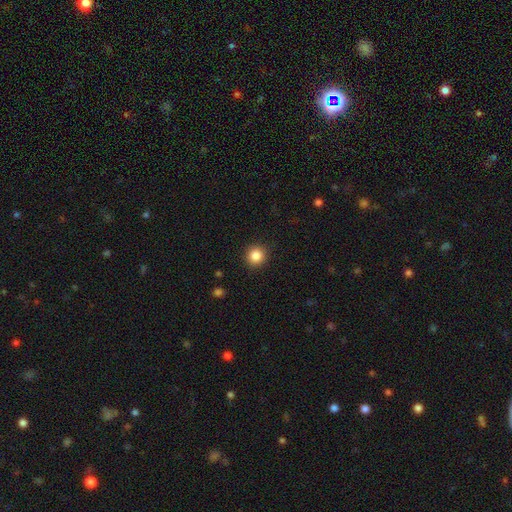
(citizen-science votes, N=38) Smooth or featured?
  - smooth: 95% *
  - star or artifact: 5%
  - featured or disk: 0%
How rounded?
  - round: 94% *
  - in between: 6%
  - cigar-shaped: 0%
Merging?
  - none: 94% *
  - minor disturbance: 6%
  - major disturbance: 0%
  - merger: 0%